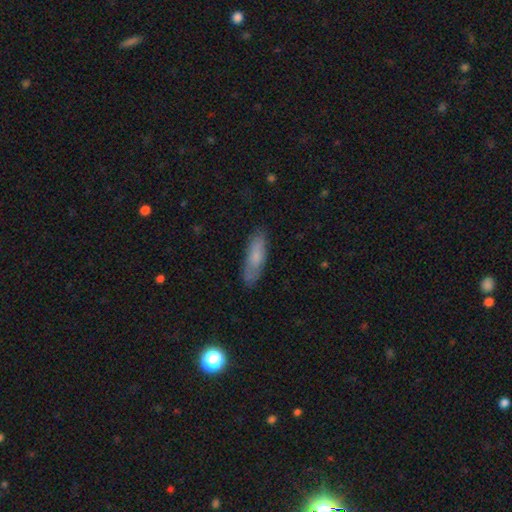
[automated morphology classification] A smooth galaxy with no disk features (72%) that is cigar-shaped (57%).

Vote fractions:
- Smooth or featured? smooth: 72% / featured or disk: 21% / star or artifact: 7%
- How rounded? cigar-shaped: 57% / in between: 41% / round: 2%
- Merging? none: 79% / minor disturbance: 16% / major disturbance: 3% / merger: 2%